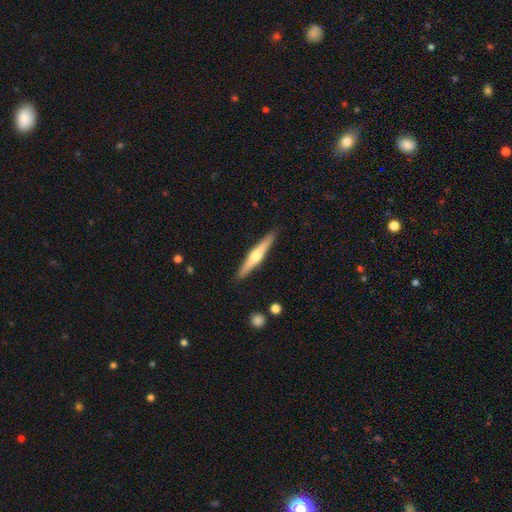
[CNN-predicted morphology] Overall: featured or disk (64%; smooth 31%). Edge-on disk: yes (97%). Edge-on bulge: rounded (89%). Merging: none (90%).